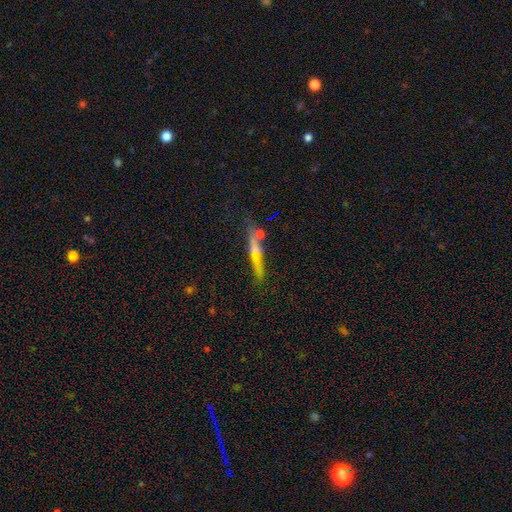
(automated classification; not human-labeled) featured or disk 64%, smooth 28%, star or artifact 8%. Down the decision tree: edge-on disk — yes (94%); edge-on bulge — rounded (70%); merging — none (75%).